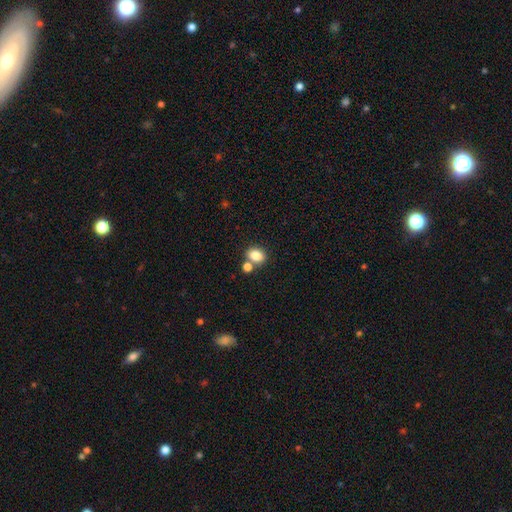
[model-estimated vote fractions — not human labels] This appears to be a smooth galaxy with no disk features (83%) that is in between round and cigar-shaped (58%). Merging: none (61%).